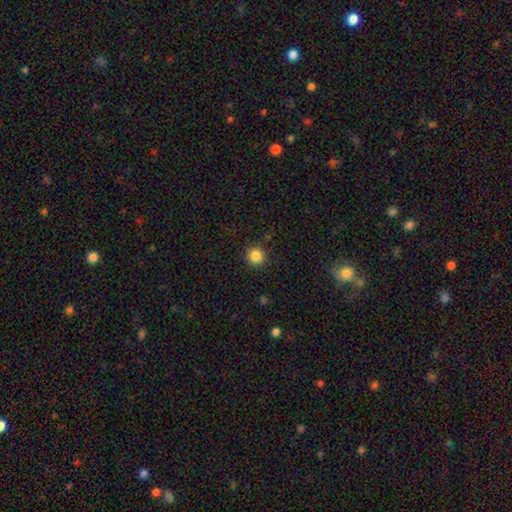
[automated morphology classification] Overall: smooth (85%). How rounded: round (95%). Merging: none (91%).